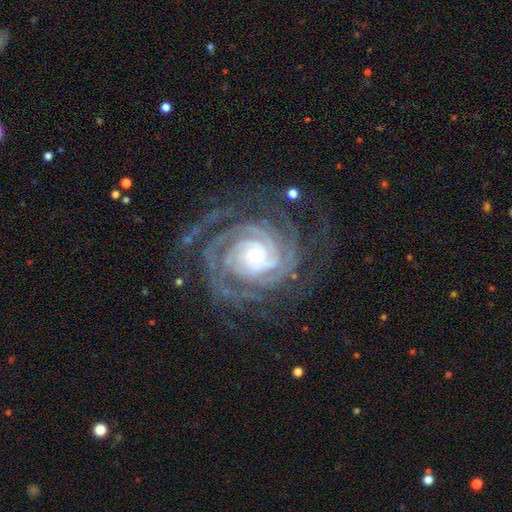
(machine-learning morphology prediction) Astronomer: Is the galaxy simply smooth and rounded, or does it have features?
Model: featured or disk — 93%.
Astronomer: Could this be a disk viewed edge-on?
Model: no — 98%.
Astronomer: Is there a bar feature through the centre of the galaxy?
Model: no — 70%.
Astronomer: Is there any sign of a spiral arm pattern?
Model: yes — 99%.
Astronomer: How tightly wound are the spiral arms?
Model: tight — 79%.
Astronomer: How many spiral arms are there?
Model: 3 — 25% (runner-up: 2, 21%).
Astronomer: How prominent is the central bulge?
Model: moderate — 49% (runner-up: small, 43%).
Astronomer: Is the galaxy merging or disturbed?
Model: none — 73%.